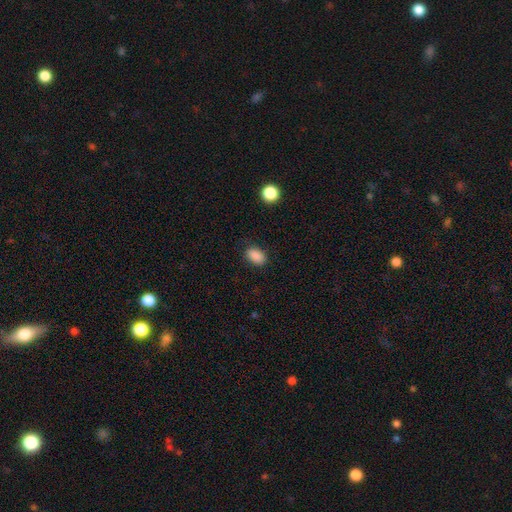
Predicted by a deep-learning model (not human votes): Smooth or featured?
  - smooth: 88% *
  - star or artifact: 9%
  - featured or disk: 3%
How rounded?
  - in between: 86% *
  - round: 13%
  - cigar-shaped: 1%
Merging?
  - none: 86% *
  - minor disturbance: 10%
  - major disturbance: 3%
  - merger: 1%